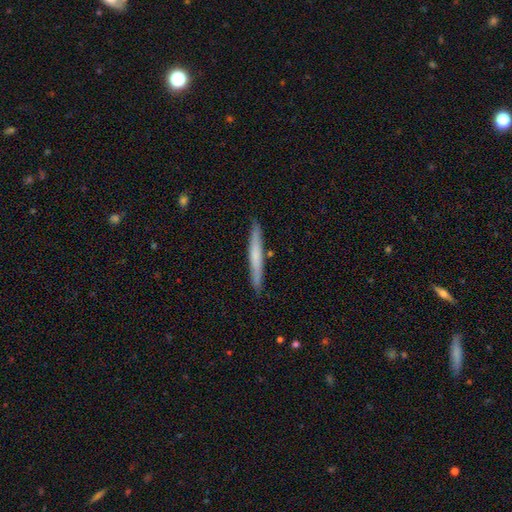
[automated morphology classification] Smooth or featured?
  - smooth: 57% *
  - featured or disk: 38%
  - star or artifact: 6%
How rounded?
  - cigar-shaped: 96% *
  - in between: 2%
  - round: 1%
Merging?
  - none: 88% *
  - minor disturbance: 9%
  - merger: 2%
  - major disturbance: 2%